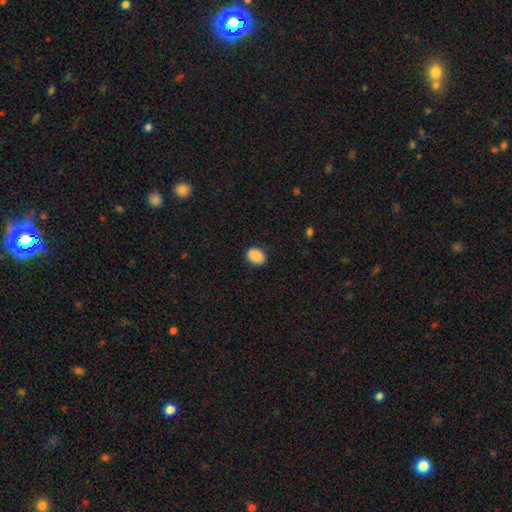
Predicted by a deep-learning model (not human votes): Smooth or featured: smooth — 88% (star or artifact — 7%)
How rounded: in between — 66% (round — 33%)
Merging: none — 87% (minor disturbance — 9%)